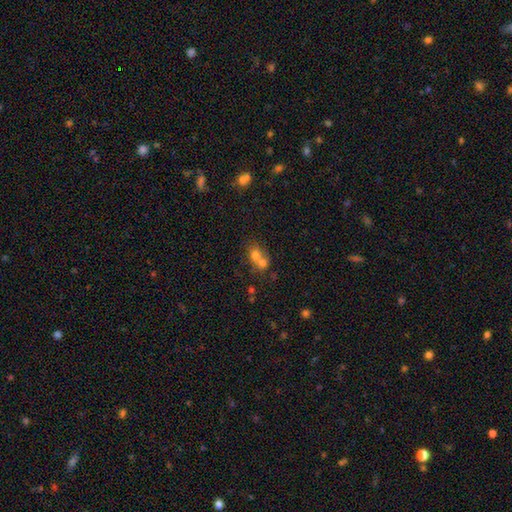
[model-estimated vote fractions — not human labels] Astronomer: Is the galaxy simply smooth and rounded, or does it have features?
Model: smooth — 68%.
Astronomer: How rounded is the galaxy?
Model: round — 67%.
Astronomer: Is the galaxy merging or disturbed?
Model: merger — 65%.